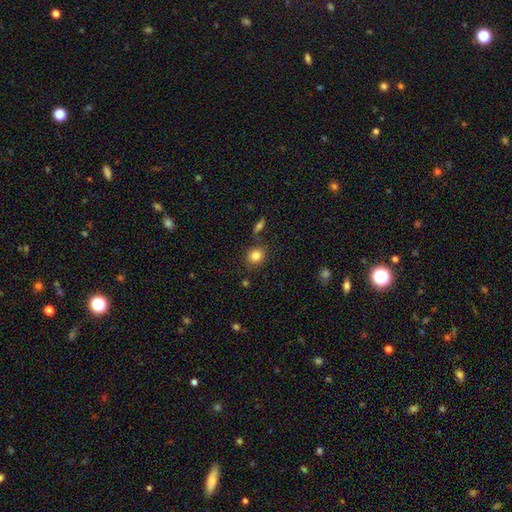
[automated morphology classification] Smooth or featured: smooth — 83% (star or artifact — 10%)
How rounded: round — 68% (in between — 31%)
Merging: none — 81% (minor disturbance — 11%)